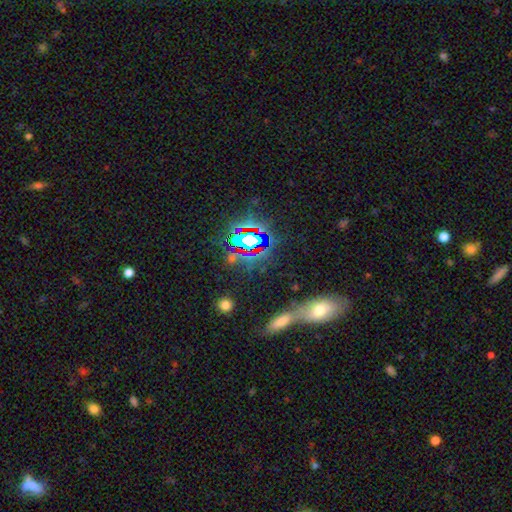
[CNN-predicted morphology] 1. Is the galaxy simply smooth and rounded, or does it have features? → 53% star or artifact, 26% smooth, 21% featured or disk.